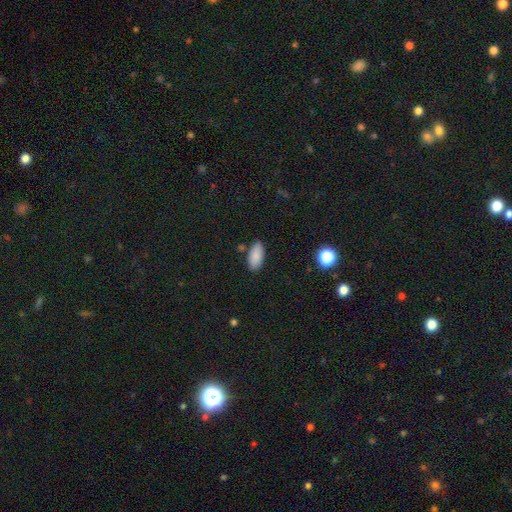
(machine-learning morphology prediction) A smooth galaxy with no disk features (88%) that is in between round and cigar-shaped (90%). Merging: none (85%).